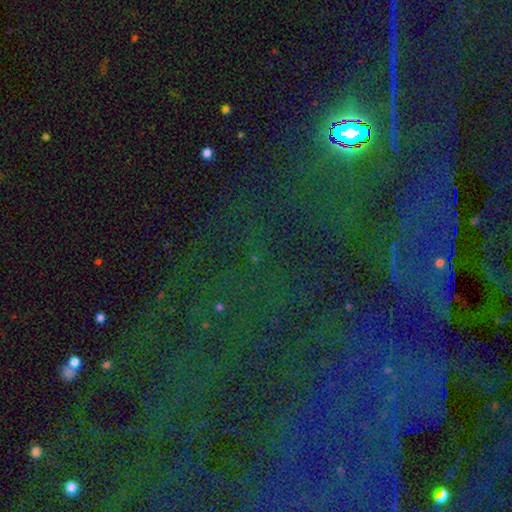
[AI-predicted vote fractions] Q: Smooth or featured?
A: star or artifact (83%); runner-up: featured or disk (9%)